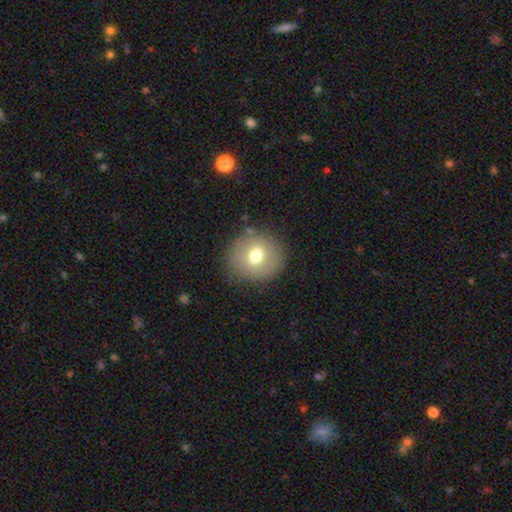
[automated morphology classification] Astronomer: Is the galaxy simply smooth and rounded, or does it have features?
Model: smooth — 69%.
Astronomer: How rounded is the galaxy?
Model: round — 88%.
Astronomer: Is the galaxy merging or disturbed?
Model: none — 82%.